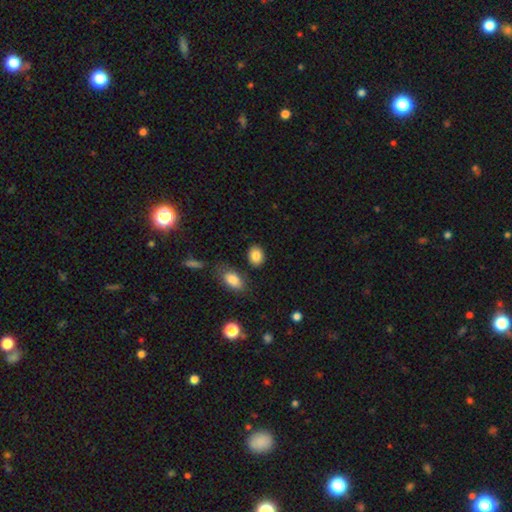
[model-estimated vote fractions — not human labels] smooth 86%, star or artifact 8%, featured or disk 6%. Down the decision tree: how rounded — in between (63%); merging — none (82%).